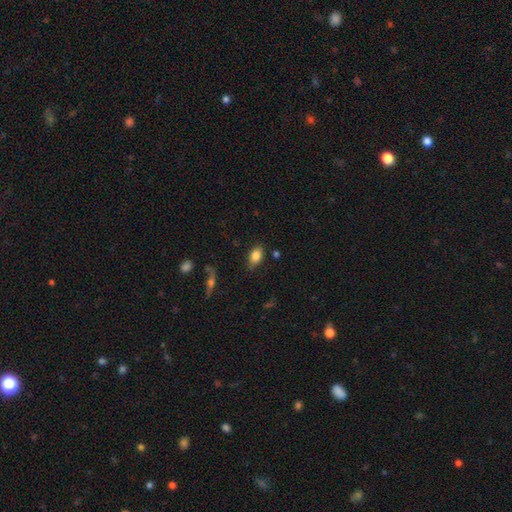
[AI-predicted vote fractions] smooth_or_featured: smooth (p=0.82) [alt: featured or disk p=0.10]
how_rounded: in between (p=0.87) [alt: round p=0.09]
merging: none (p=0.82) [alt: minor disturbance p=0.13]